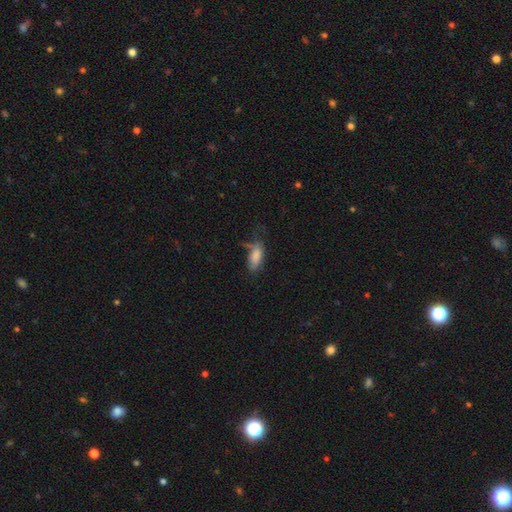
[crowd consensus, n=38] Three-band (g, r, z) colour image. It shows a smooth galaxy with no disk features (89%) that is in between round and cigar-shaped (82%). Merging: none (47%).